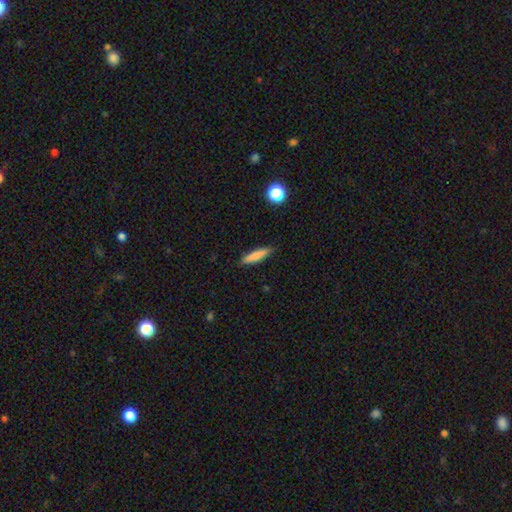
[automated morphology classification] smooth_or_featured: smooth (p=0.76) [alt: featured or disk p=0.17]
how_rounded: cigar-shaped (p=0.81) [alt: in between p=0.17]
merging: none (p=0.88) [alt: minor disturbance p=0.09]